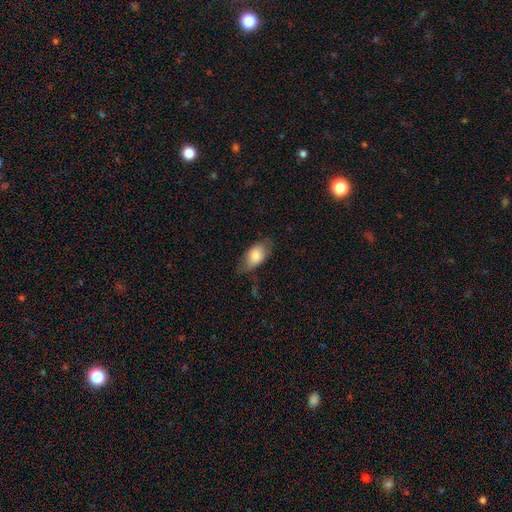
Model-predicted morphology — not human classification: Q: Smooth or featured?
A: smooth (77%); runner-up: featured or disk (16%)
Q: How rounded?
A: in between (89%); runner-up: round (8%)
Q: Merging?
A: none (58%); runner-up: minor disturbance (29%)